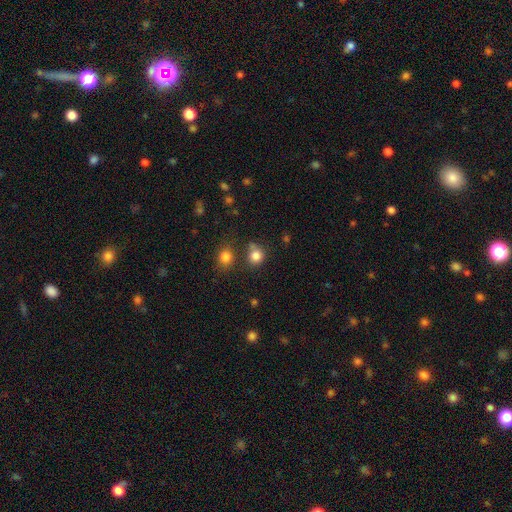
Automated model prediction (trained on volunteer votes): This is clearly a smooth galaxy (82%). How rounded: clearly round (83%). Merging: likely none (63%).